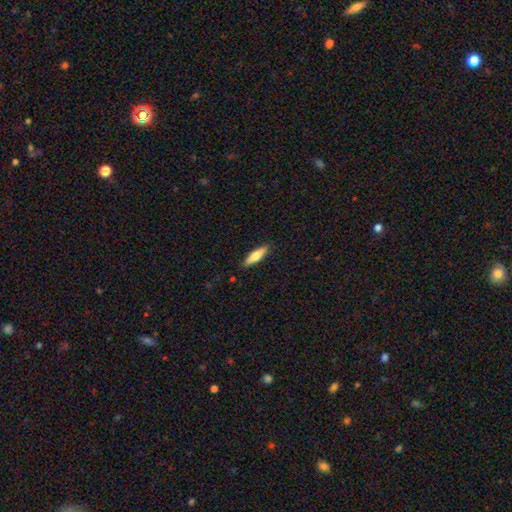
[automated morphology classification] smooth-or-featured: smooth: 68% | featured or disk: 27% | star or artifact: 6%
  how-rounded: cigar-shaped: 61% | in between: 37% | round: 2%
  merging: none: 88% | minor disturbance: 9% | major disturbance: 2% | merger: 1%